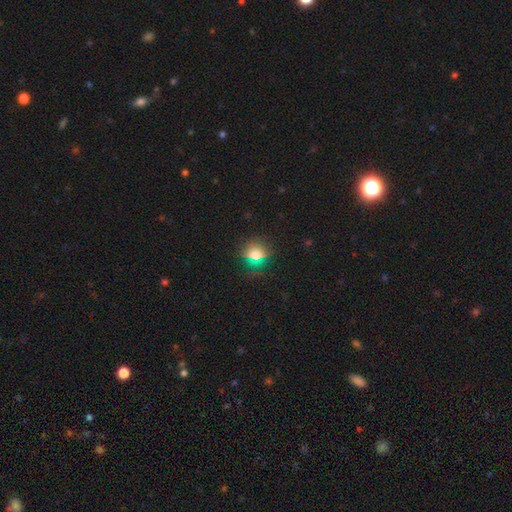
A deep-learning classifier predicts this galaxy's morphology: A smooth galaxy with no disk features (69%) that is round (83%). Merging: none (82%).